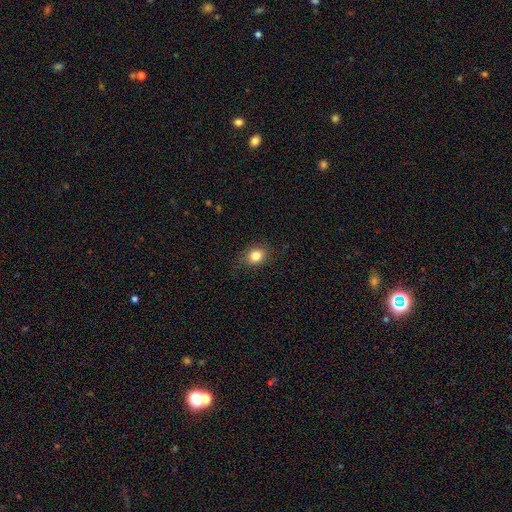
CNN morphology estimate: Overall: smooth (82%). How rounded: round (53%; in between 46%). Merging: none (76%).